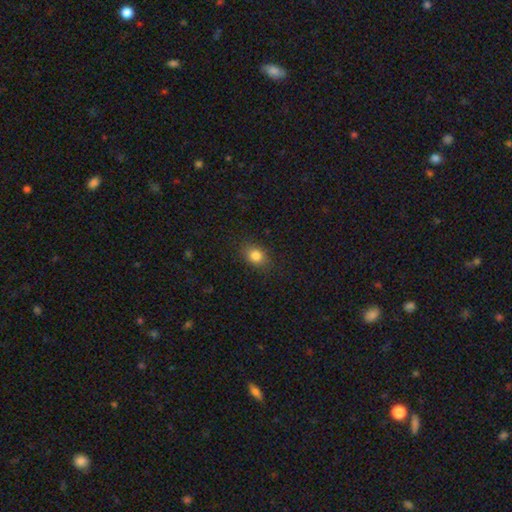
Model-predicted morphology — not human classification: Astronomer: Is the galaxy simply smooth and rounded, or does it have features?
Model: smooth — 83%.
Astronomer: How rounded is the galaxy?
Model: in between — 57% (runner-up: round, 41%).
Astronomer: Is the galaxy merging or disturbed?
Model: none — 86%.